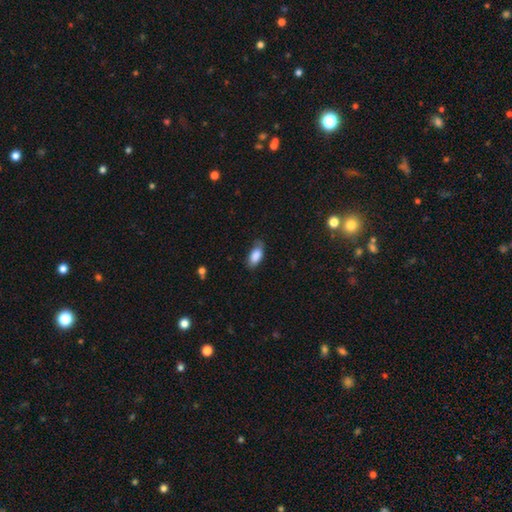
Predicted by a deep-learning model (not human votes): The model was most divided on "merging": none: 69%, minor disturbance: 24%, major disturbance: 5%, merger: 1%. More confident: how rounded — in between (90%); smooth or featured — smooth (85%).